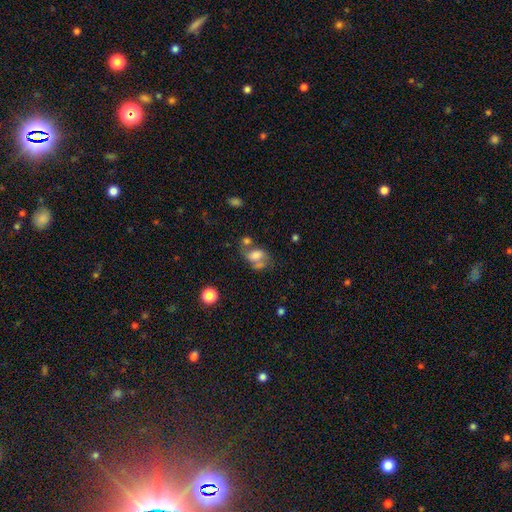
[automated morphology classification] smooth 58%, featured or disk 29%, star or artifact 13%. Down the decision tree: how rounded — in between (78%); merging — merger (34%).